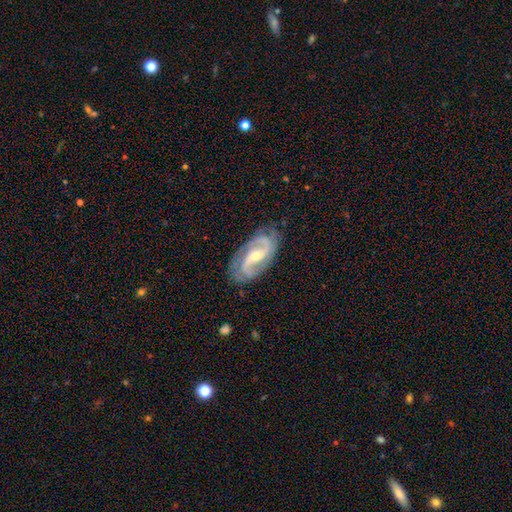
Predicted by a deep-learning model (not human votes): featured or disk 91%, star or artifact 5%, smooth 5%. Down the decision tree: edge-on disk — no (96%); bar — weak (42%); spiral arms — yes (98%); spiral arm count — 2 (88%); spiral winding — medium (51%); bulge size — moderate (49%); merging — none (80%).